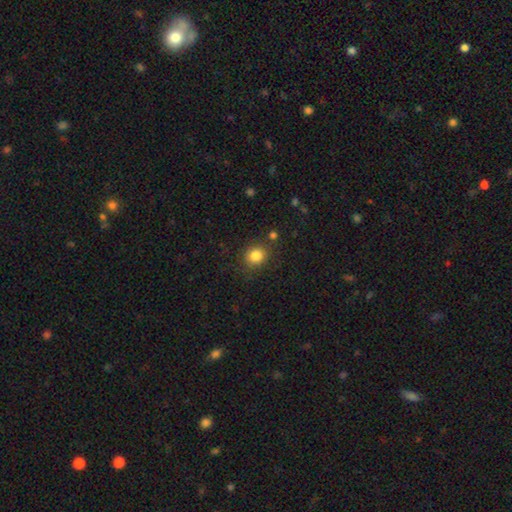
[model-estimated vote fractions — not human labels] Smooth or featured? Predicted: smooth (p=0.84). How rounded? Predicted: round (p=0.76). Merging? Predicted: none (p=0.83).